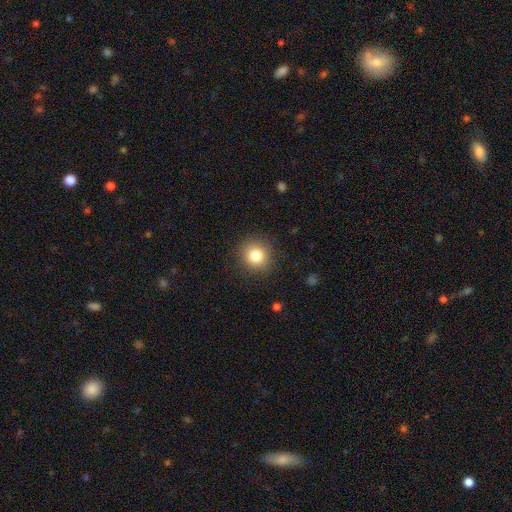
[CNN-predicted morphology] Smooth or featured? smooth (81%)
How rounded? round (91%)
Merging? none (89%)